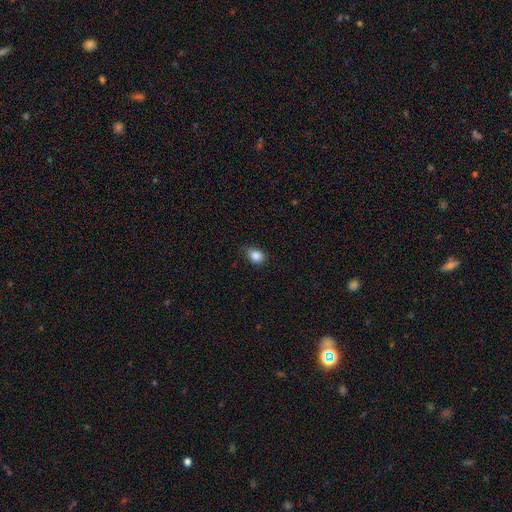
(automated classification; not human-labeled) Smooth or featured? Predicted: smooth (p=0.86). How rounded? Predicted: in between (p=0.56). Merging? Predicted: none (p=0.71).